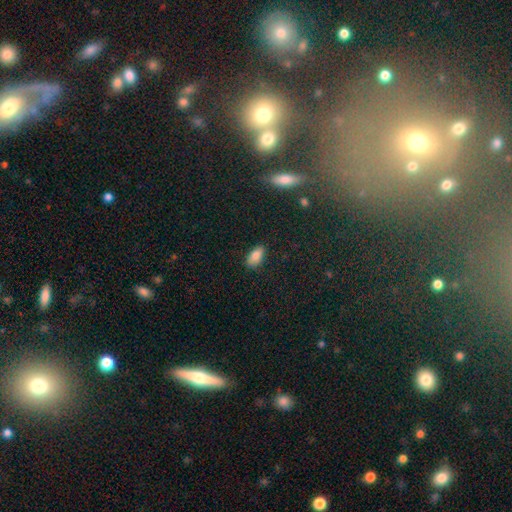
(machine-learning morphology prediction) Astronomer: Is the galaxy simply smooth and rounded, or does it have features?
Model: smooth — 85%.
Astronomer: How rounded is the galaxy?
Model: in between — 91%.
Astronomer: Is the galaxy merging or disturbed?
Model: none — 84%.